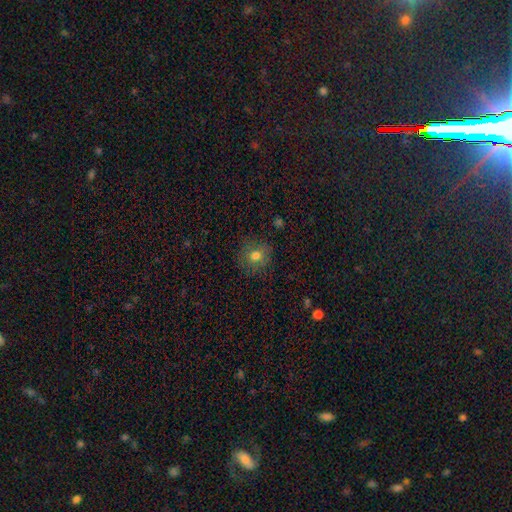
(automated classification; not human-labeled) Overall: smooth (76%). How rounded: round (85%). Merging: none (84%).